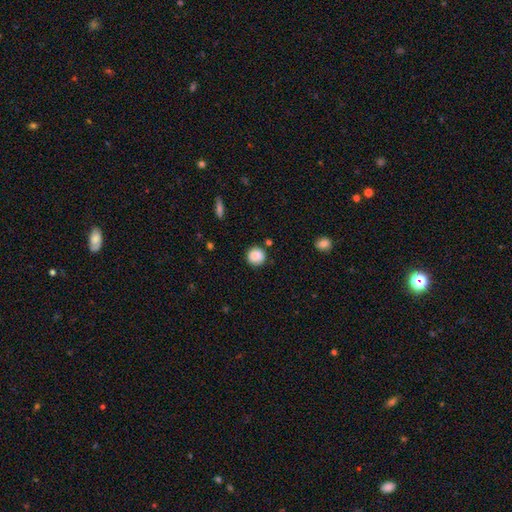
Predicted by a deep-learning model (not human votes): Smooth or featured: smooth — 86% (star or artifact — 9%)
How rounded: round — 93% (in between — 6%)
Merging: none — 85% (minor disturbance — 10%)